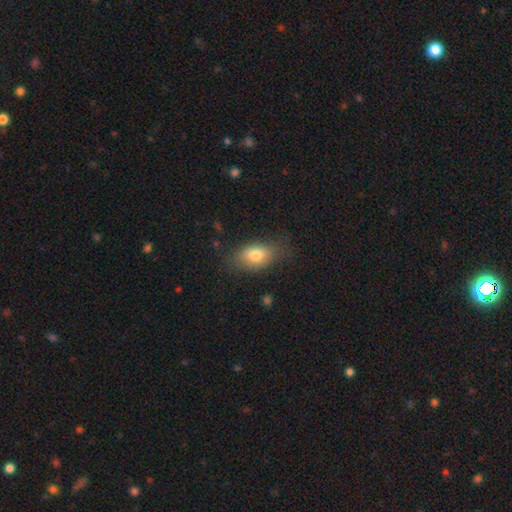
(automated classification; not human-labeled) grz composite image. It shows a smooth galaxy with no disk features (77%) that is in between round and cigar-shaped (85%). Merging: none (67%).